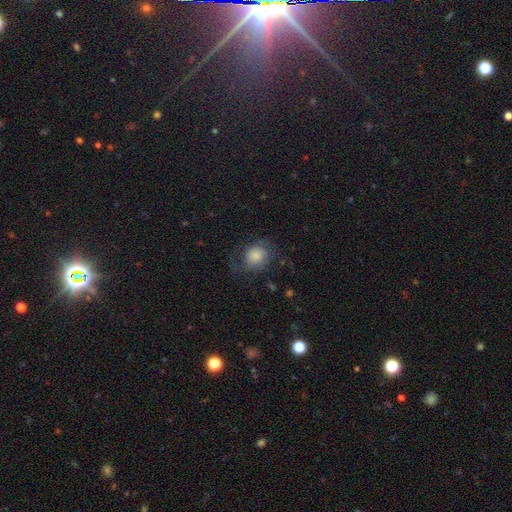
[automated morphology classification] Smooth or featured? Predicted: smooth (p=0.66). How rounded? Predicted: round (p=0.71). Merging? Predicted: none (p=0.56).